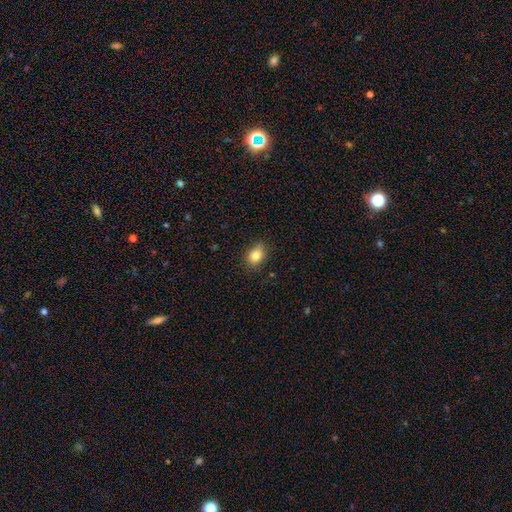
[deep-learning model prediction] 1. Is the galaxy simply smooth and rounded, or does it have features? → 82% smooth, 10% star or artifact, 8% featured or disk.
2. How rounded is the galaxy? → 61% in between, 38% round, 2% cigar-shaped.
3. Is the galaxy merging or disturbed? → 74% none, 21% minor disturbance, 4% major disturbance, 1% merger.